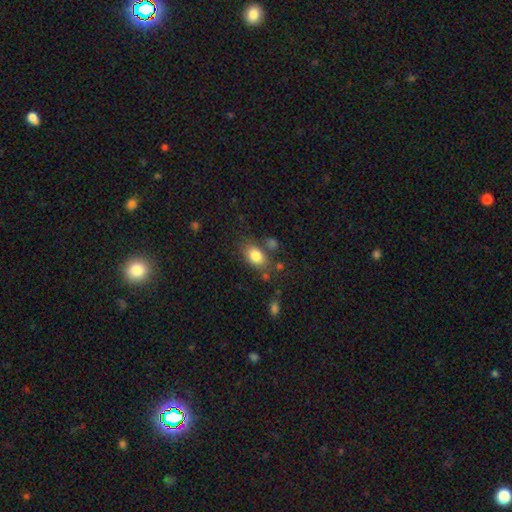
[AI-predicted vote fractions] Smooth or featured?
  - smooth: 82% *
  - featured or disk: 10%
  - star or artifact: 8%
How rounded?
  - in between: 83% *
  - round: 16%
  - cigar-shaped: 2%
Merging?
  - none: 71% *
  - minor disturbance: 16%
  - merger: 8%
  - major disturbance: 5%